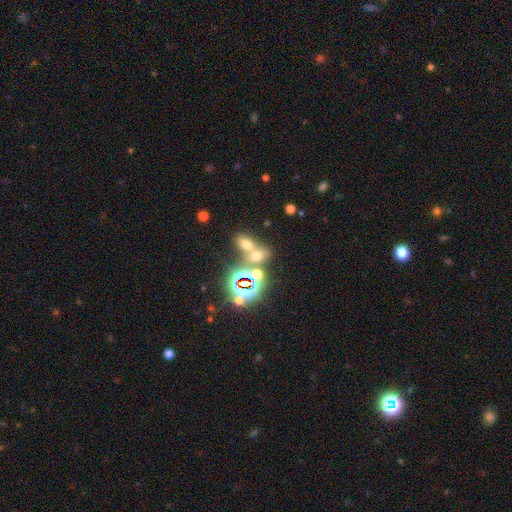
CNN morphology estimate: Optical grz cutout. It shows a smooth galaxy with no disk features (51%) that is in between round and cigar-shaped (65%). Merging: merger (46%).